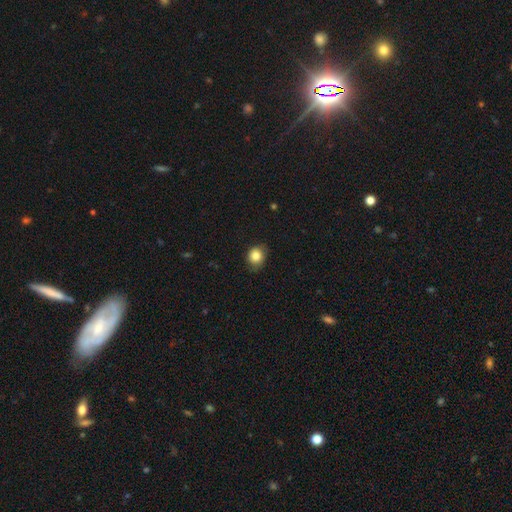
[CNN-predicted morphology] smooth-or-featured: smooth: 83% | star or artifact: 9% | featured or disk: 8%
  how-rounded: round: 68% | in between: 31% | cigar-shaped: 1%
  merging: none: 72% | minor disturbance: 22% | major disturbance: 5% | merger: 1%